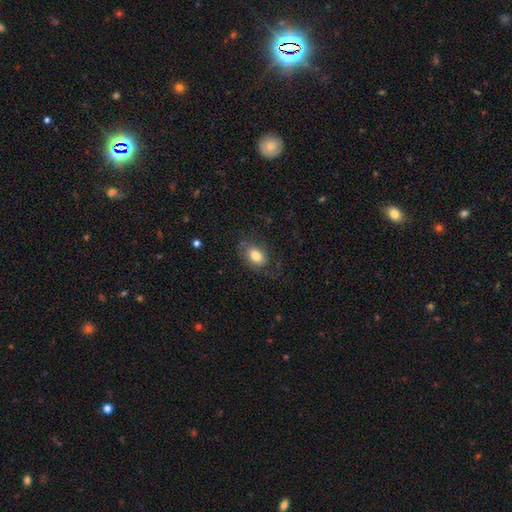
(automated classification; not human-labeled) Smooth or featured: smooth — 70% (featured or disk — 23%)
How rounded: in between — 84% (round — 15%)
Merging: none — 62% (minor disturbance — 20%)